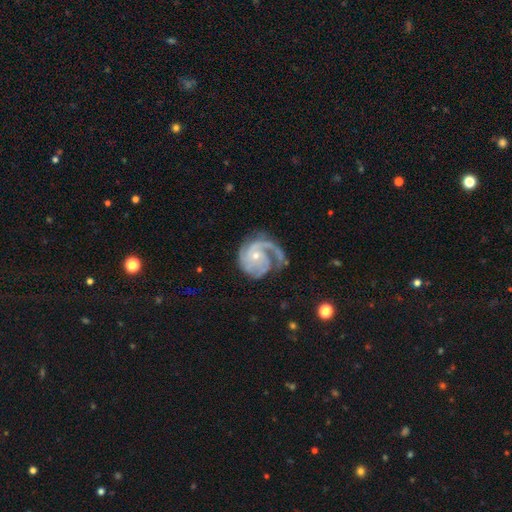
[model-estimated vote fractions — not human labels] This appears to be a featured or disk galaxy (89%) with no bar (73%), 3 (31%) tight (49%) spiral arms (97%) and a small central bulge (69%). Merging: none (55%).